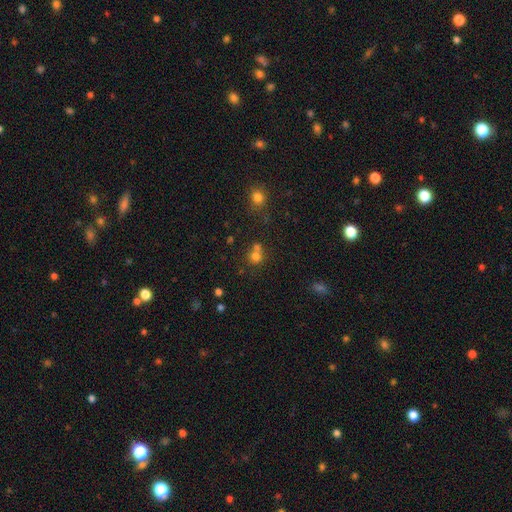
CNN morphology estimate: type=smooth (73%); roundness=round (83%); merging=none (47%).